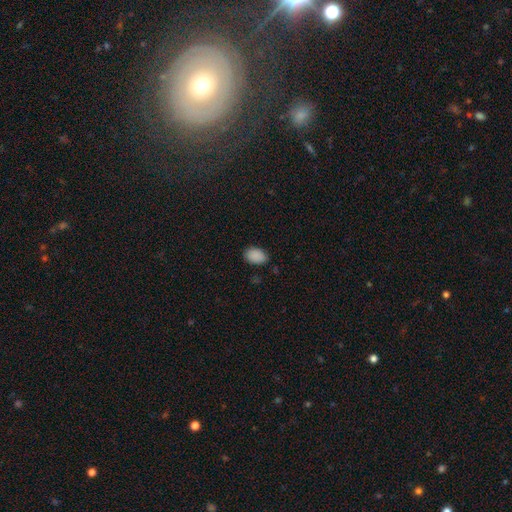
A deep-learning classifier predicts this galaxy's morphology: smooth 88%, star or artifact 9%, featured or disk 3%. Down the decision tree: how rounded — in between (86%); merging — none (83%).